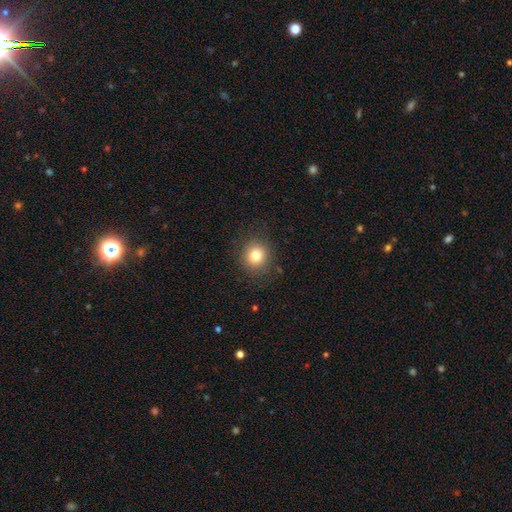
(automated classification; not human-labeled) smooth-or-featured: smooth: 80% | star or artifact: 12% | featured or disk: 8%
  how-rounded: round: 87% | in between: 12% | cigar-shaped: 1%
  merging: none: 87% | minor disturbance: 8% | major disturbance: 3% | merger: 1%